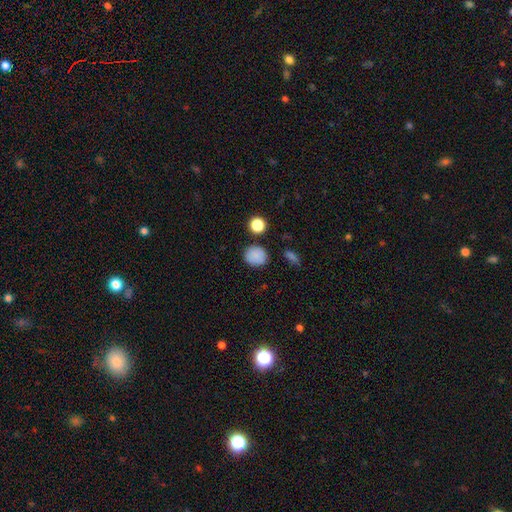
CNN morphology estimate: A smooth galaxy with no disk features (85%) that is round (79%).

Vote fractions:
- Smooth or featured? smooth: 85% / star or artifact: 10% / featured or disk: 5%
- How rounded? round: 79% / in between: 20% / cigar-shaped: 1%
- Merging? none: 83% / minor disturbance: 11% / merger: 3% / major disturbance: 3%